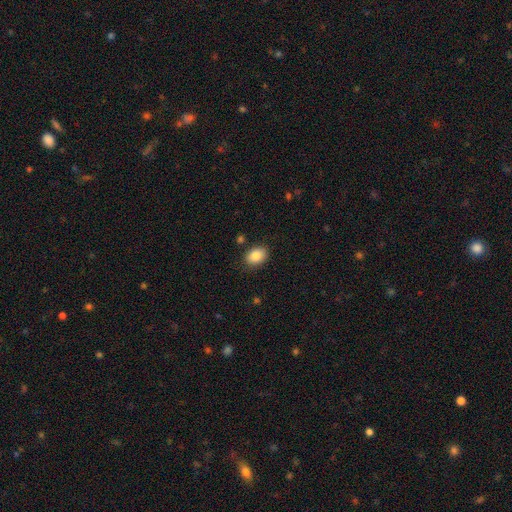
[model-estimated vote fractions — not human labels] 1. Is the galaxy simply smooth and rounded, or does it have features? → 86% smooth, 8% star or artifact, 6% featured or disk.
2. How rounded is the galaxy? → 78% in between, 21% round, 1% cigar-shaped.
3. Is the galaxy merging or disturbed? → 85% none, 11% minor disturbance, 3% major disturbance, 2% merger.